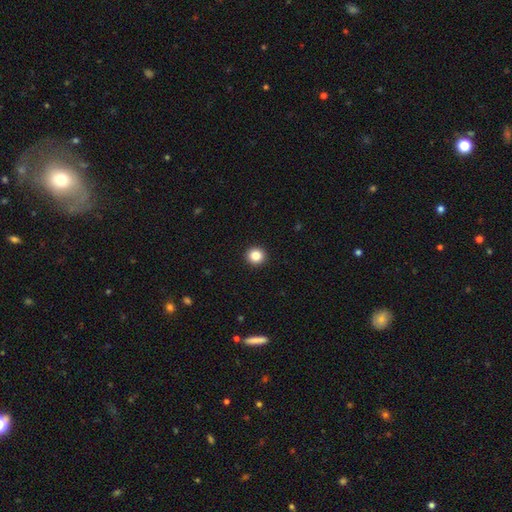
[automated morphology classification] Smooth or featured? smooth (85%)
How rounded? round (93%)
Merging? none (94%)